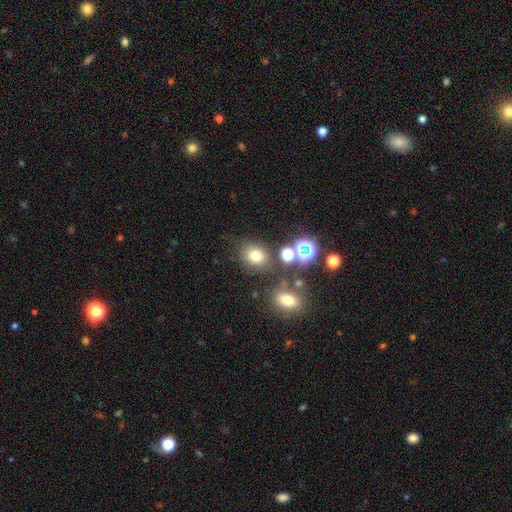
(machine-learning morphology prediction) Smooth or featured? smooth (71%)
How rounded? round (60%)
Merging? none (74%)